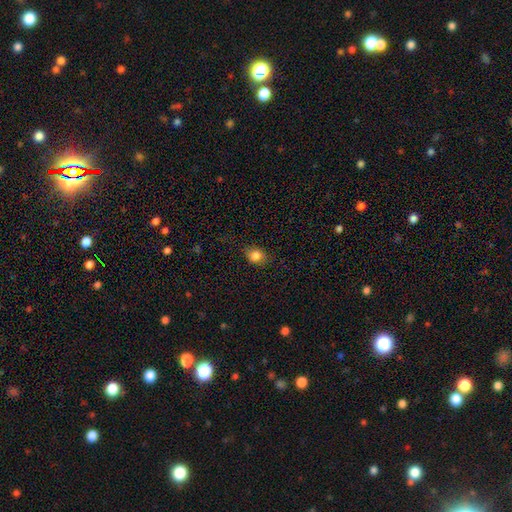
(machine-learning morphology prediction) Smooth or featured?
  - smooth: 81% *
  - star or artifact: 11%
  - featured or disk: 7%
How rounded?
  - in between: 55% *
  - round: 44%
  - cigar-shaped: 2%
Merging?
  - none: 76% *
  - minor disturbance: 18%
  - major disturbance: 5%
  - merger: 1%